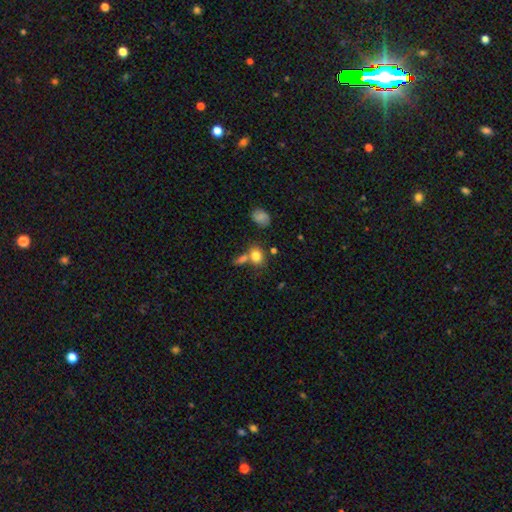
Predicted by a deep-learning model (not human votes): Smooth or featured? smooth (80%)
How rounded? in between (53%)
Merging? none (52%)